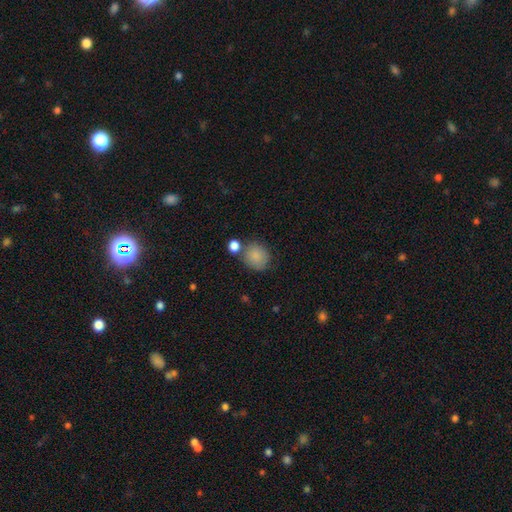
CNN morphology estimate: A smooth galaxy with no disk features (86%) that is round (78%). Merging: none (67%).